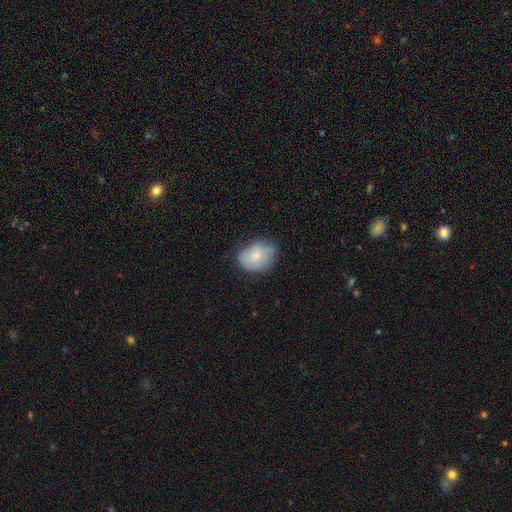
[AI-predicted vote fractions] A smooth galaxy with no disk features (68%) that is in between round and cigar-shaped (58%).

Vote fractions:
- Smooth or featured? smooth: 68% / featured or disk: 25% / star or artifact: 7%
- How rounded? in between: 58% / round: 41% / cigar-shaped: 1%
- Merging? none: 61% / minor disturbance: 30% / major disturbance: 8% / merger: 2%